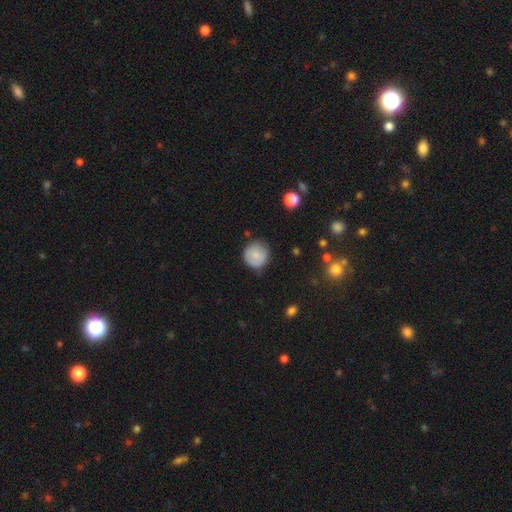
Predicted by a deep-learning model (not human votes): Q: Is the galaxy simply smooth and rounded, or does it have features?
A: smooth — 78%.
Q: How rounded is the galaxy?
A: round — 92%.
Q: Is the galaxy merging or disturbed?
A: none — 76%.